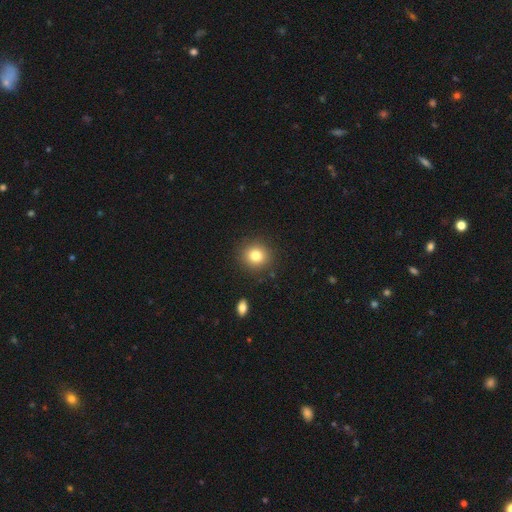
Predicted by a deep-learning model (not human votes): This is clearly a smooth galaxy (80%). How rounded: clearly round (89%). Merging: clearly none (90%).